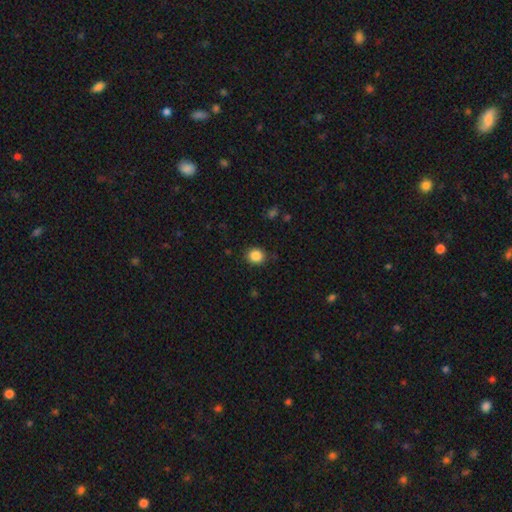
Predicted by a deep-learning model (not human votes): This is clearly a smooth galaxy (86%). How rounded: clearly round (83%). Merging: clearly none (89%).